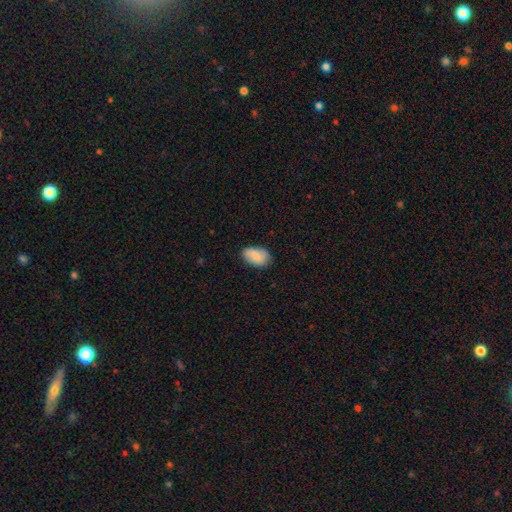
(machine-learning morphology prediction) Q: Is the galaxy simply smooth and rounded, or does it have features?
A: smooth — 81%.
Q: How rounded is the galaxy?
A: in between — 91%.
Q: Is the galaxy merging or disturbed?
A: none — 79%.